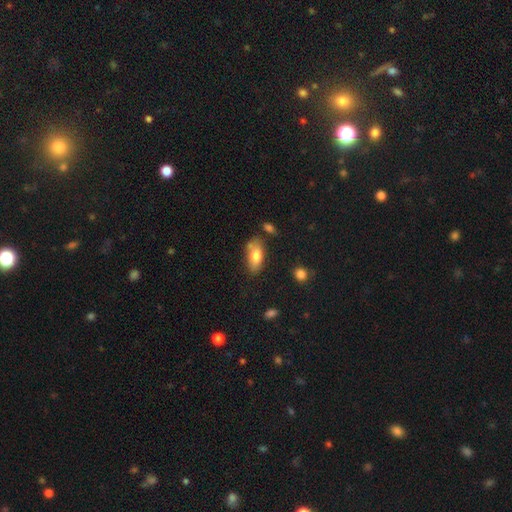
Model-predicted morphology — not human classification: Smooth or featured?
  - smooth: 76% *
  - featured or disk: 17%
  - star or artifact: 7%
How rounded?
  - in between: 89% *
  - cigar-shaped: 8%
  - round: 3%
Merging?
  - none: 63% *
  - minor disturbance: 21%
  - merger: 11%
  - major disturbance: 5%